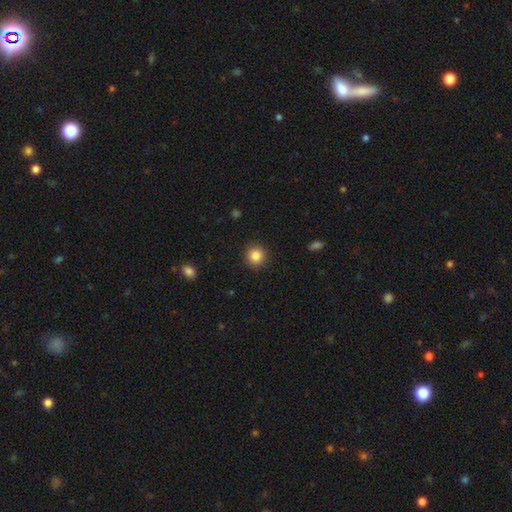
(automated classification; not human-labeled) Smooth or featured: smooth — 85% (star or artifact — 10%)
How rounded: round — 93% (in between — 6%)
Merging: none — 91% (minor disturbance — 6%)